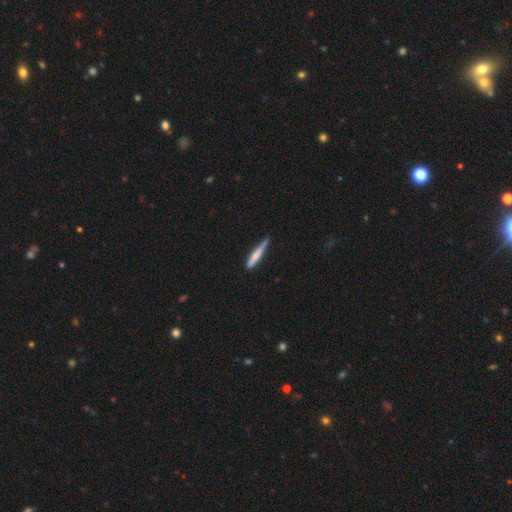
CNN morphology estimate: This appears to be a smooth galaxy with no disk features (64%) that is cigar-shaped (93%). Merging: none (69%).